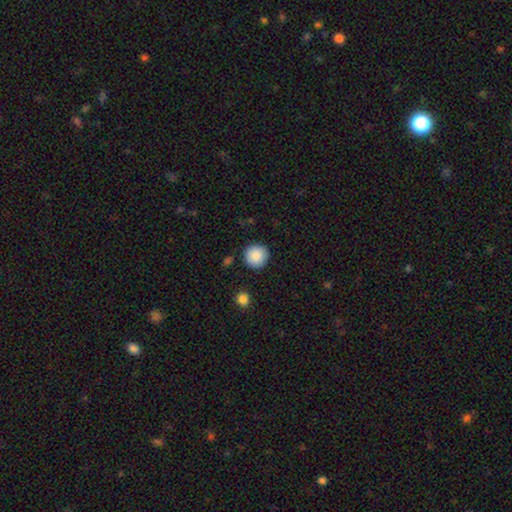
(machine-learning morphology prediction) smooth-or-featured: smooth: 88% | star or artifact: 8% | featured or disk: 4%
  how-rounded: round: 94% | in between: 5% | cigar-shaped: 1%
  merging: none: 89% | minor disturbance: 7% | major disturbance: 2% | merger: 2%